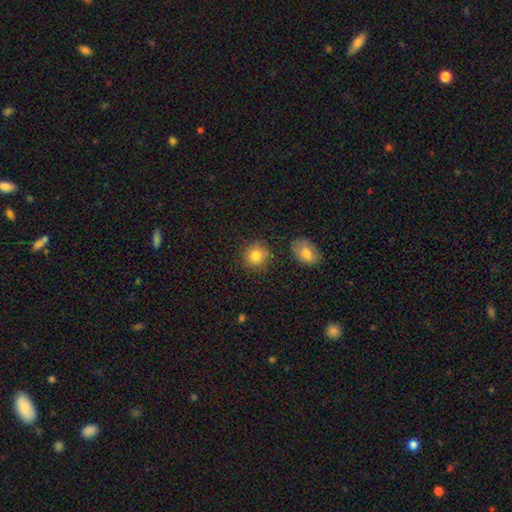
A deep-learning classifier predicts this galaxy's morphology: A smooth galaxy with no disk features (83%) that is round (86%).

Vote fractions:
- Smooth or featured? smooth: 83% / star or artifact: 10% / featured or disk: 7%
- How rounded? round: 86% / in between: 13% / cigar-shaped: 1%
- Merging? none: 80% / minor disturbance: 12% / merger: 5% / major disturbance: 3%